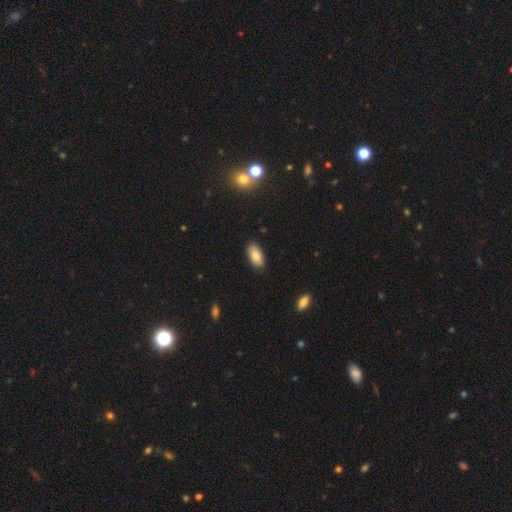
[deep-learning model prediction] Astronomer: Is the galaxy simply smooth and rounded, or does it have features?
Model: smooth — 84%.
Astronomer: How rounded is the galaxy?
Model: in between — 90%.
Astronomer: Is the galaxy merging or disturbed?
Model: none — 86%.